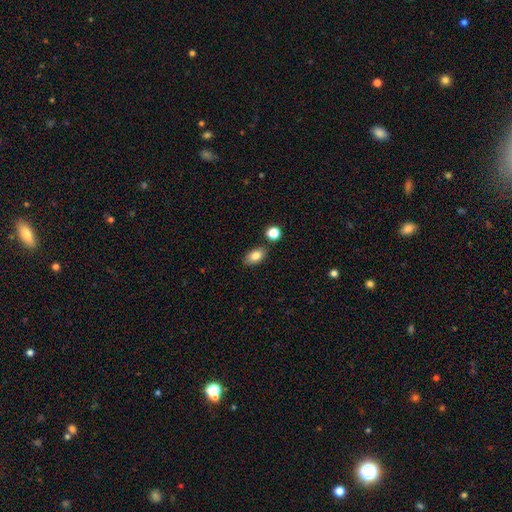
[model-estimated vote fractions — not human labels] Smooth or featured? smooth (82%)
How rounded? in between (88%)
Merging? none (81%)